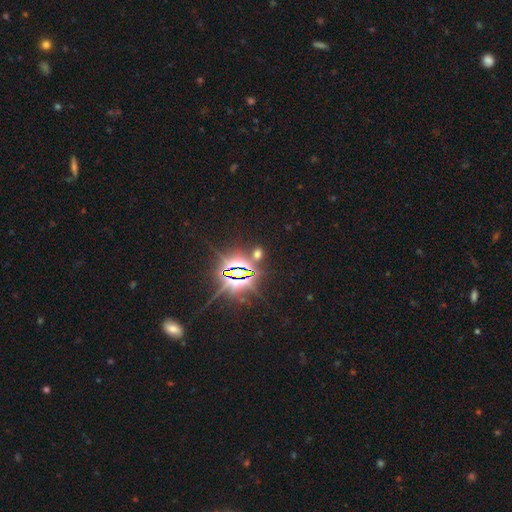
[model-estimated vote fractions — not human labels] A star or artifact, not a galaxy (84%).

Vote fractions:
- Smooth or featured? star or artifact: 84% / smooth: 8% / featured or disk: 8%